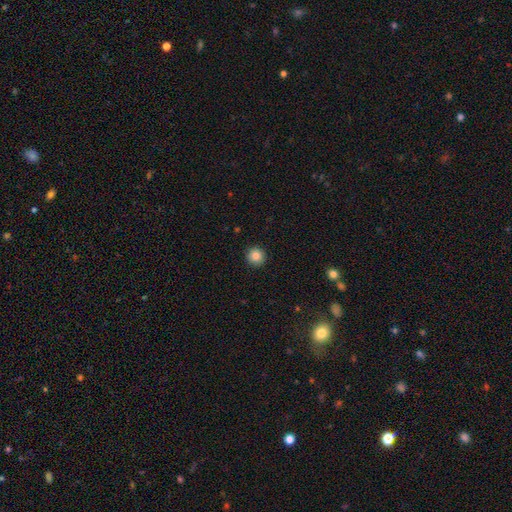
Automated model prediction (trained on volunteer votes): Smooth or featured? smooth (85%)
How rounded? round (95%)
Merging? none (93%)